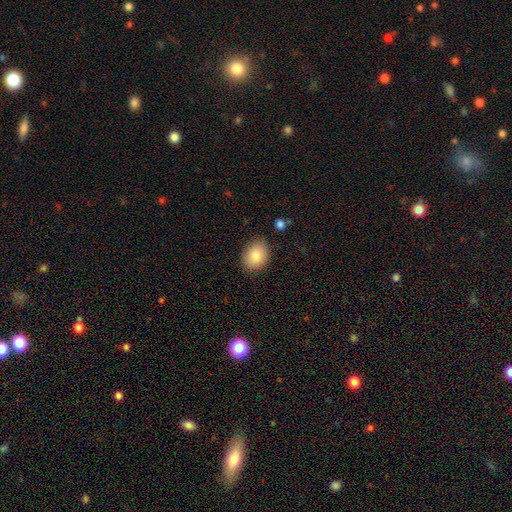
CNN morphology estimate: A smooth galaxy with no disk features (85%) that is in between round and cigar-shaped (62%).

Vote fractions:
- Smooth or featured? smooth: 85% / featured or disk: 8% / star or artifact: 7%
- How rounded? in between: 62% / round: 37% / cigar-shaped: 1%
- Merging? none: 84% / minor disturbance: 11% / major disturbance: 3% / merger: 2%